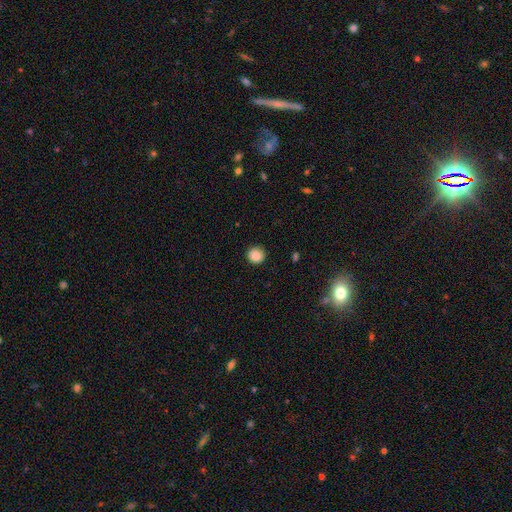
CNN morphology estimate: type=smooth (87%); roundness=round (95%); merging=none (92%).